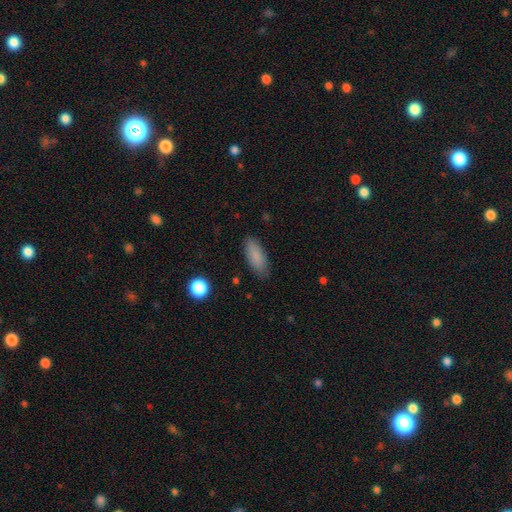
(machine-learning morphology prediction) A smooth galaxy with no disk features (86%) that is in between round and cigar-shaped (79%).

Vote fractions:
- Smooth or featured? smooth: 86% / star or artifact: 7% / featured or disk: 7%
- How rounded? in between: 79% / cigar-shaped: 19% / round: 2%
- Merging? none: 84% / minor disturbance: 13% / major disturbance: 3% / merger: 1%